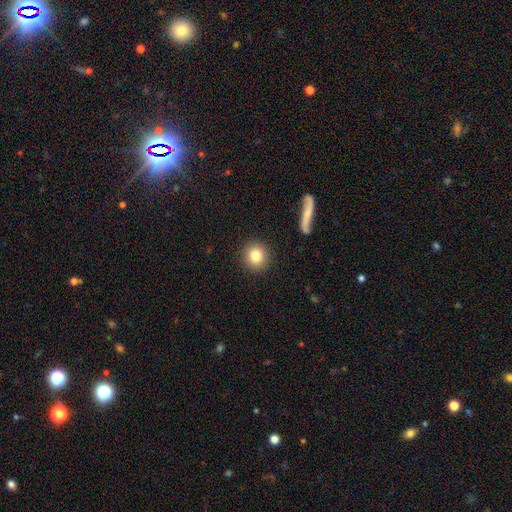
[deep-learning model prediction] This appears to be a smooth galaxy with no disk features (82%) that is round (90%). Merging: none (91%).